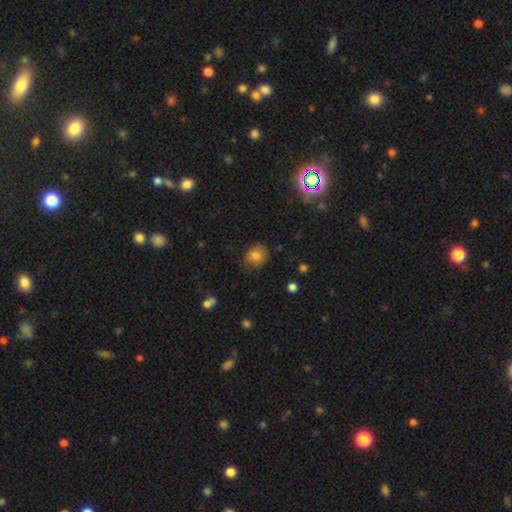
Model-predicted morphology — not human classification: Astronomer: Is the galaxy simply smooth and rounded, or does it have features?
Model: smooth — 81%.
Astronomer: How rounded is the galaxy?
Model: round — 59% (runner-up: in between, 40%).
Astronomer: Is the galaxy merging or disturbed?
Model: none — 81%.